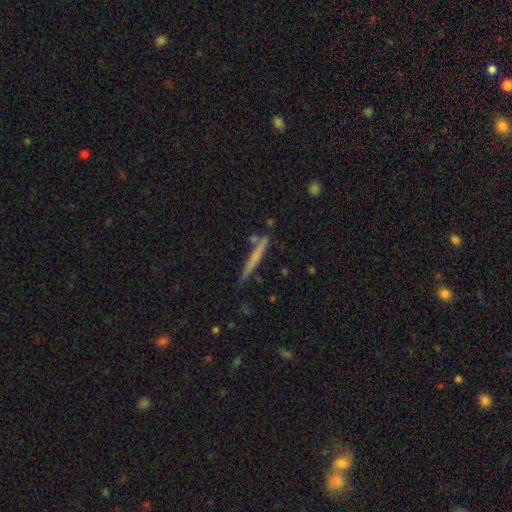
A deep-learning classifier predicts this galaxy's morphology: Q: Smooth or featured?
A: smooth (54%); runner-up: featured or disk (40%)
Q: How rounded?
A: cigar-shaped (96%); runner-up: in between (3%)
Q: Merging?
A: none (79%); runner-up: minor disturbance (13%)